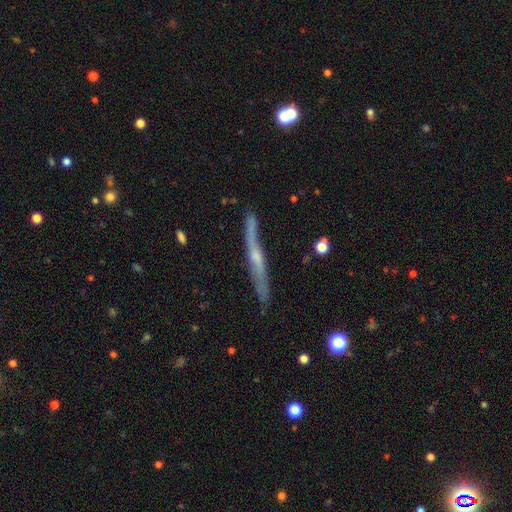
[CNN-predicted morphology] A featured or disk galaxy (73%) viewed edge-on (92%) with a rounded central bulge (60%). Merging: none (81%).